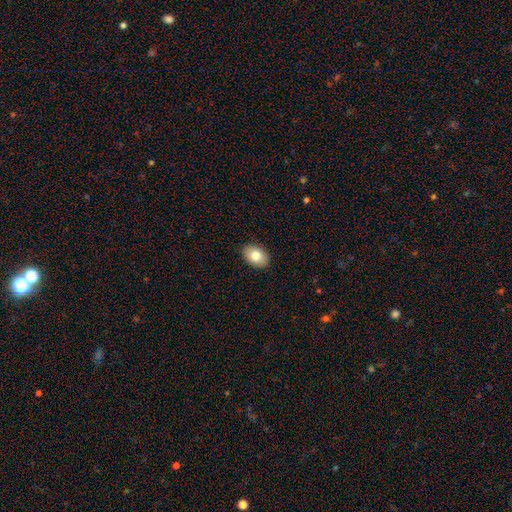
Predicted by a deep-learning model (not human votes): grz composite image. It shows a smooth galaxy with no disk features (81%) that is in between round and cigar-shaped (82%). Merging: none (90%).